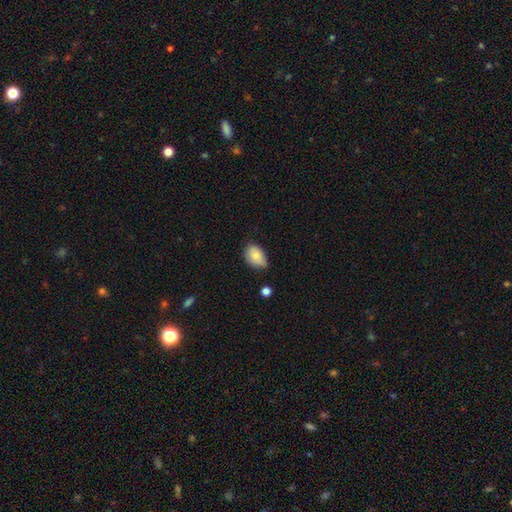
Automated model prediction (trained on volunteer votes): This appears to be a smooth galaxy with no disk features (81%) that is in between round and cigar-shaped (84%). Merging: none (58%).